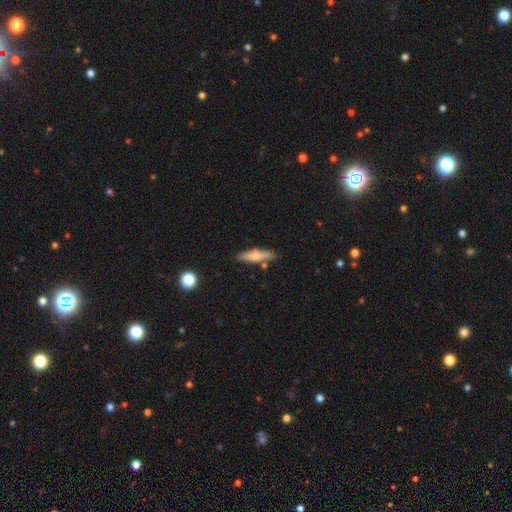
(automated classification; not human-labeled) Smooth or featured? Predicted: smooth (p=0.68). How rounded? Predicted: cigar-shaped (p=0.79). Merging? Predicted: none (p=0.80).